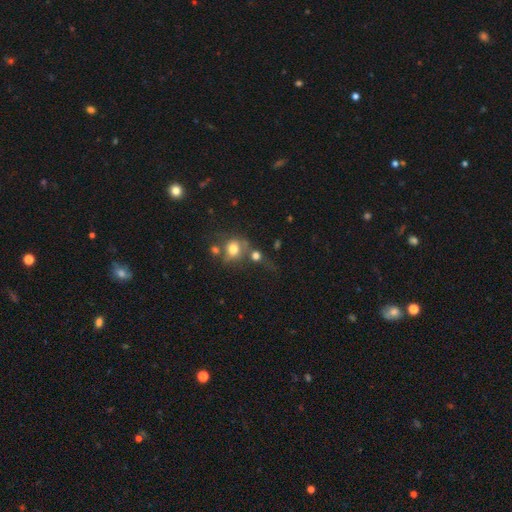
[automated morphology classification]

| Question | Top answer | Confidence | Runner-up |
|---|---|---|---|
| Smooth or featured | smooth | 64% | featured or disk (19%) |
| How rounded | round | 73% | in between (25%) |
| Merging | none | 42% | merger (29%) |